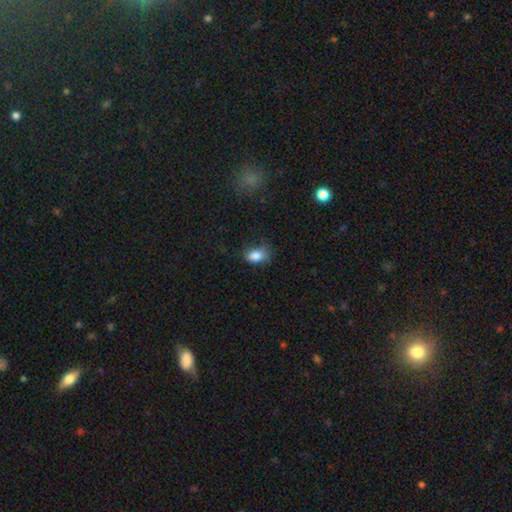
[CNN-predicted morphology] A smooth galaxy with no disk features (84%) that is in between round and cigar-shaped (80%).

Vote fractions:
- Smooth or featured? smooth: 84% / star or artifact: 9% / featured or disk: 6%
- How rounded? in between: 80% / round: 18% / cigar-shaped: 1%
- Merging? none: 54% / minor disturbance: 31% / major disturbance: 13% / merger: 2%